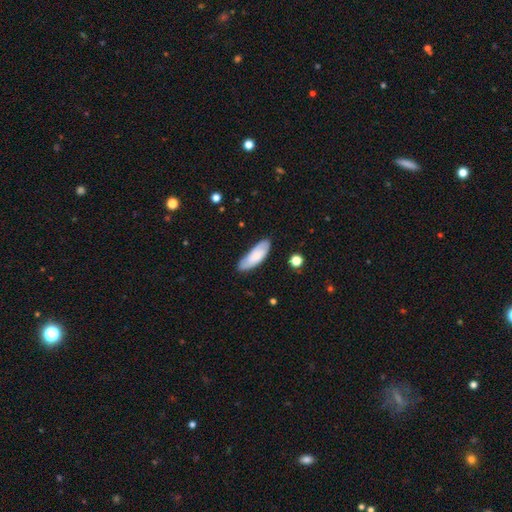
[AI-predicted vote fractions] Morphology: type=smooth (69%); roundness=in between (66%); merging=none (75%).